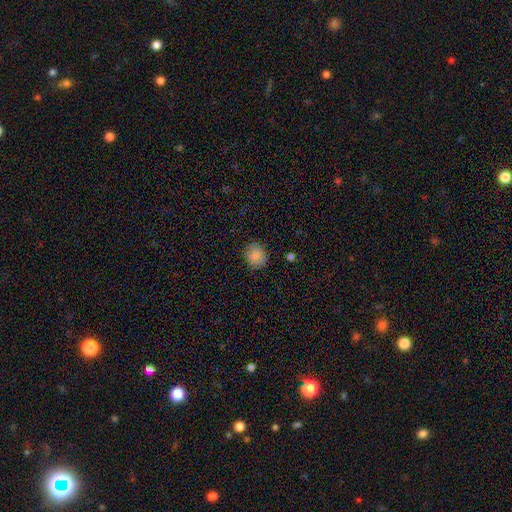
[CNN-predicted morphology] Q: Smooth or featured?
A: smooth (85%); runner-up: star or artifact (9%)
Q: How rounded?
A: round (78%); runner-up: in between (21%)
Q: Merging?
A: none (87%); runner-up: minor disturbance (10%)